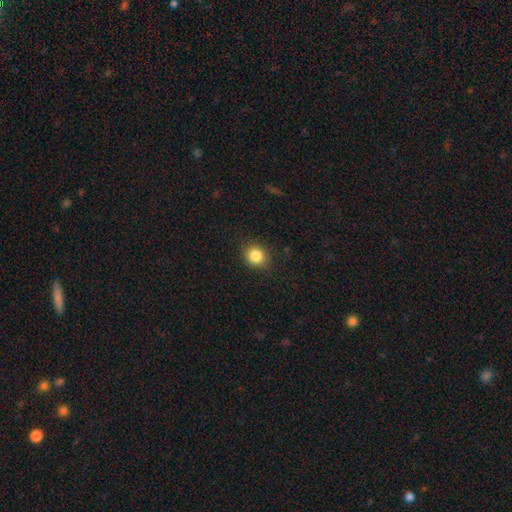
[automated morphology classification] This is clearly a smooth galaxy (85%). How rounded: likely round (78%). Merging: clearly none (85%).